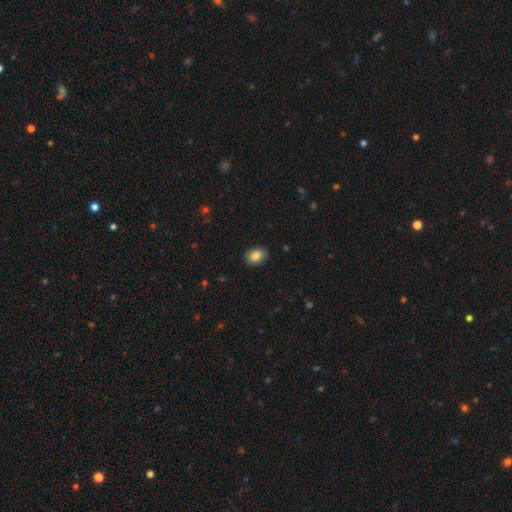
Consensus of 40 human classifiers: Overall: smooth (82%). How rounded: in between (76%). Merging: none (86%).